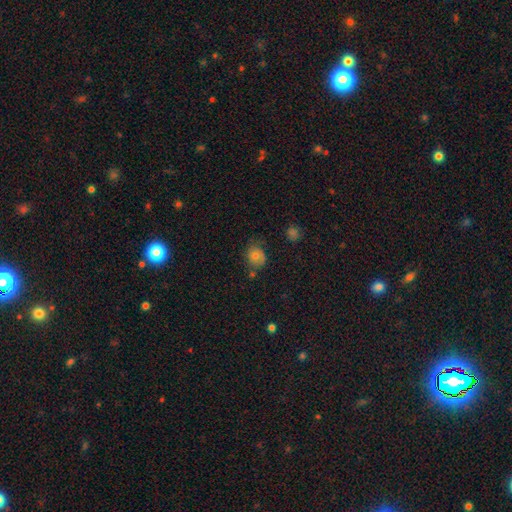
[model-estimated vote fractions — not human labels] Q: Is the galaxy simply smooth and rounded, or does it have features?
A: smooth — 72%.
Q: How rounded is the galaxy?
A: round — 64%.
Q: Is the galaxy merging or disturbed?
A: none — 62%.